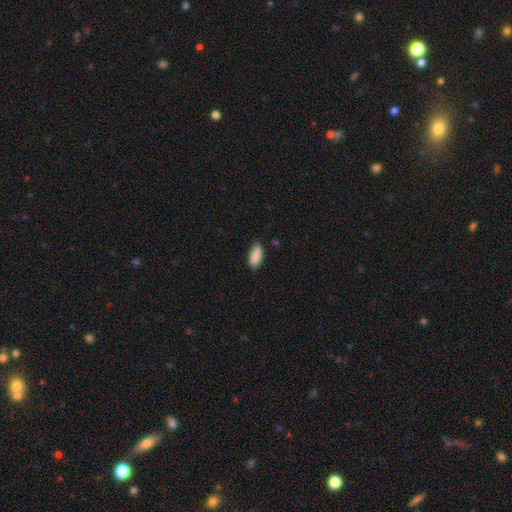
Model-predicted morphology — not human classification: type=smooth (90%); roundness=in between (85%); merging=none (85%).